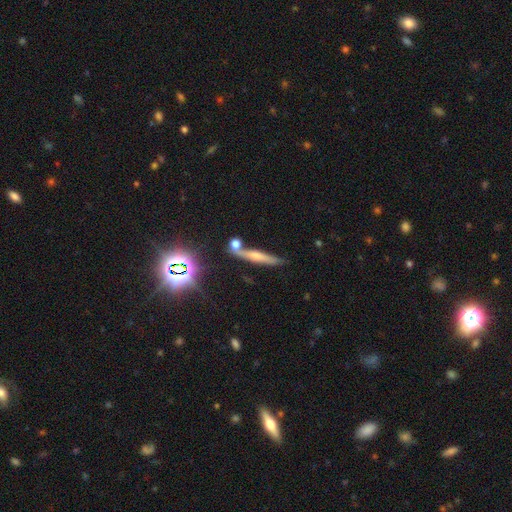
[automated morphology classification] Smooth or featured?
  - featured or disk: 38% *
  - star or artifact: 32%
  - smooth: 30%
Merging?
  - none: 77% *
  - minor disturbance: 11%
  - merger: 8%
  - major disturbance: 4%